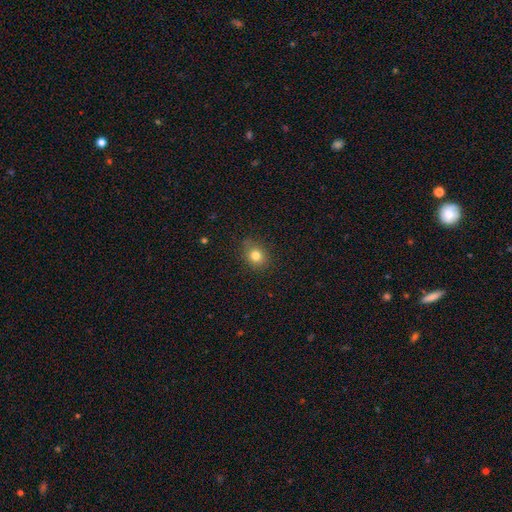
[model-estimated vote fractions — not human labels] Q: Smooth or featured?
A: smooth (80%); runner-up: star or artifact (12%)
Q: How rounded?
A: round (61%); runner-up: in between (38%)
Q: Merging?
A: none (83%); runner-up: minor disturbance (13%)